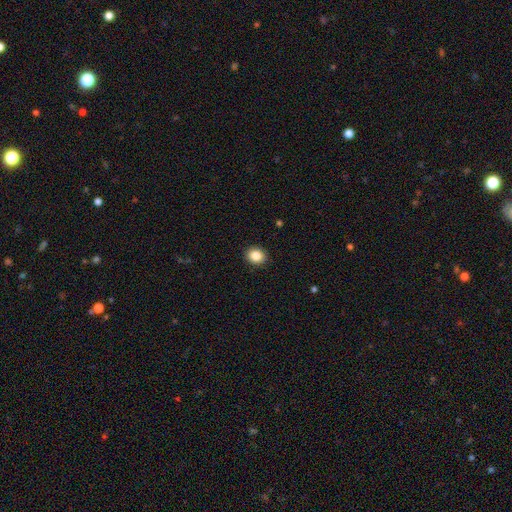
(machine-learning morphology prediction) This is clearly a smooth galaxy (87%). How rounded: likely round (71%). Merging: clearly none (91%).